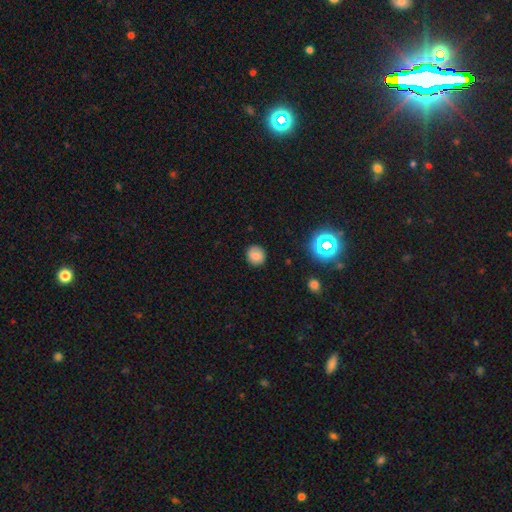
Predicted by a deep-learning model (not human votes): The model was most divided on "smooth or featured": smooth: 77%, star or artifact: 13%, featured or disk: 10%. More confident: how rounded — round (86%); merging — none (86%).